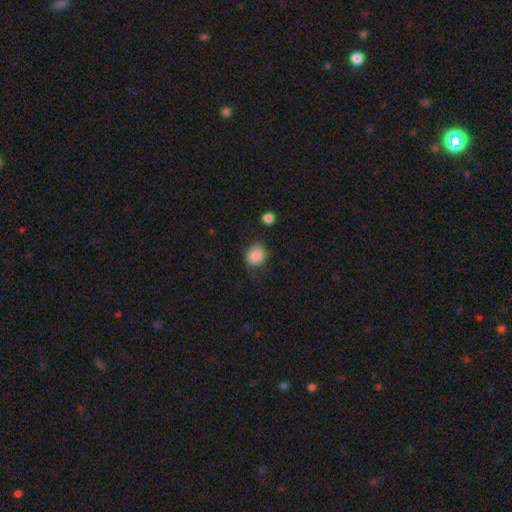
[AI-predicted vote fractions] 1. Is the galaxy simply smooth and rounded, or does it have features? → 86% smooth, 9% star or artifact, 5% featured or disk.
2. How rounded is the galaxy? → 71% round, 28% in between, 1% cigar-shaped.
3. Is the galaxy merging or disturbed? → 76% none, 17% minor disturbance, 5% major disturbance, 3% merger.